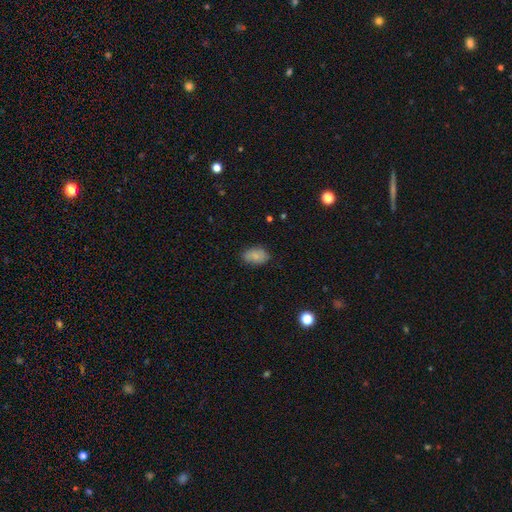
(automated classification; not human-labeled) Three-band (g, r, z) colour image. It shows a smooth galaxy with no disk features (81%) that is in between round and cigar-shaped (88%). Merging: none (79%).